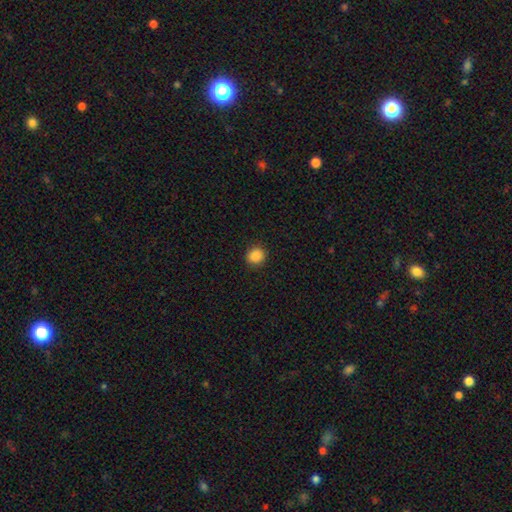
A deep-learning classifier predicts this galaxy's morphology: This is clearly a smooth galaxy (88%). How rounded: clearly round (83%). Merging: clearly none (91%).